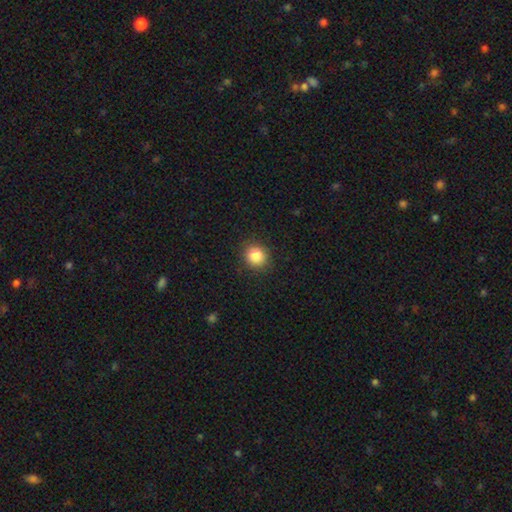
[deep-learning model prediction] Smooth or featured?
  - smooth: 85% *
  - star or artifact: 10%
  - featured or disk: 5%
How rounded?
  - round: 86% *
  - in between: 13%
  - cigar-shaped: 1%
Merging?
  - none: 90% *
  - minor disturbance: 7%
  - major disturbance: 2%
  - merger: 1%